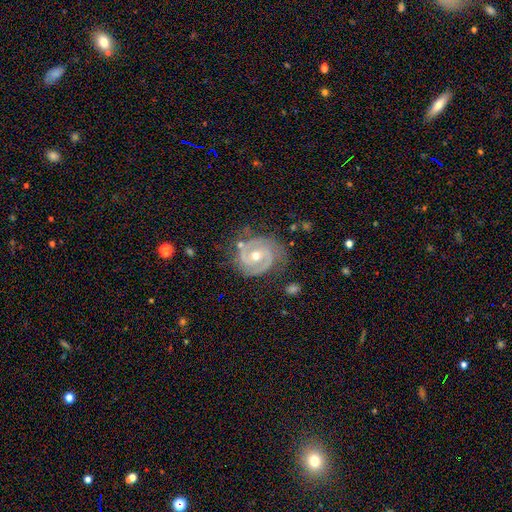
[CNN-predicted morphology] A featured or disk galaxy (89%) with no bar (60%), 2 (82%) tight (57%) spiral arms (96%) and a moderate central bulge (63%).

Vote fractions:
- Smooth or featured? featured or disk: 89% / smooth: 6% / star or artifact: 5%
- Edge-on disk? no: 98% / yes: 2%
- Bar? no: 60% / weak: 29% / strong: 11%
- Spiral arms? yes: 96% / no: 4%
- Spiral winding? tight: 57% / medium: 36% / loose: 7%
- Spiral arm count? 2: 82% / 3: 6% / can't tell: 5% / 1: 3% / 4: 2% / more than 4: 1%
- Bulge size? moderate: 63% / small: 34% / large: 2% / none: 1% / dominant: 1%
- Merging? none: 72% / minor disturbance: 19% / major disturbance: 7% / merger: 2%